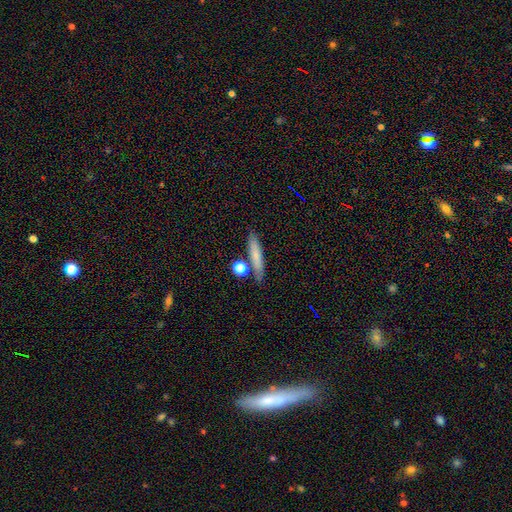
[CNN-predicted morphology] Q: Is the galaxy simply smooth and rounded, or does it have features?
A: smooth — 76%.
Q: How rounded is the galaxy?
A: cigar-shaped — 79%.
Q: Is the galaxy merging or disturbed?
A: none — 76%.